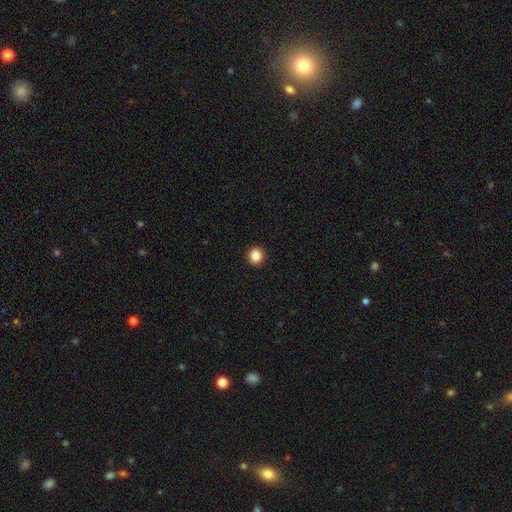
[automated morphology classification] Smooth or featured? smooth (87%)
How rounded? round (94%)
Merging? none (94%)